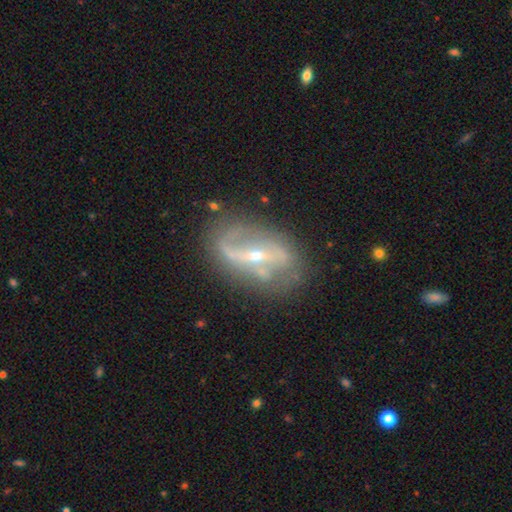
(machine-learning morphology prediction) A featured or disk galaxy (85%) with a strong bar (52%), 2 (82%) loose (55%) spiral arms (85%) and a small central bulge (62%).

Vote fractions:
- Smooth or featured? featured or disk: 85% / smooth: 8% / star or artifact: 7%
- Edge-on disk? no: 92% / yes: 8%
- Bar? strong: 52% / weak: 28% / no: 20%
- Spiral arms? yes: 85% / no: 15%
- Spiral winding? loose: 55% / medium: 32% / tight: 13%
- Spiral arm count? 2: 82% / 1: 7% / can't tell: 7% / 3: 2% / 4: 1% / more than 4: 1%
- Bulge size? small: 62% / moderate: 35% / large: 1% / none: 1% / dominant: 1%
- Merging? none: 70% / minor disturbance: 18% / major disturbance: 9% / merger: 3%